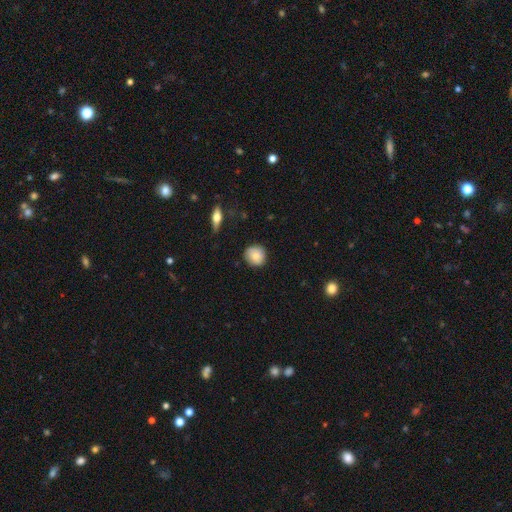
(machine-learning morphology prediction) Overall: smooth (77%). How rounded: round (89%). Merging: none (82%).